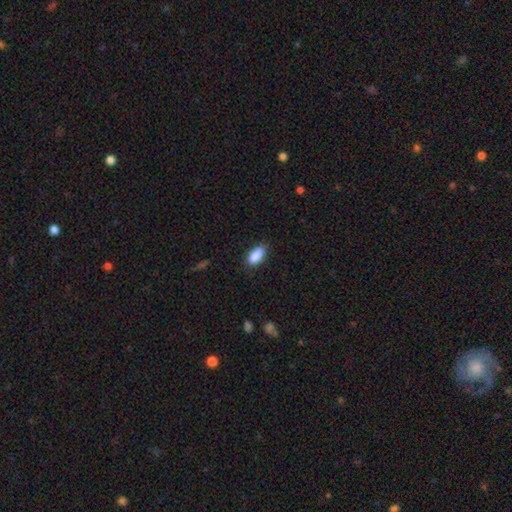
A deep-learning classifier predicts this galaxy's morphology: This appears to be a smooth galaxy with no disk features (89%) that is in between round and cigar-shaped (89%). Merging: none (79%).